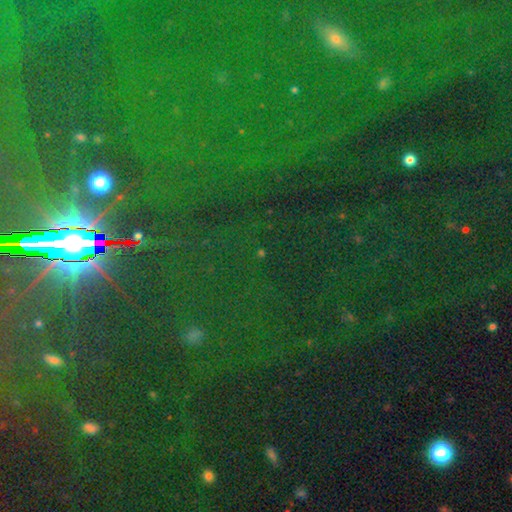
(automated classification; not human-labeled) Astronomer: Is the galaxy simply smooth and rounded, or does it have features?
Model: star or artifact — 82%.